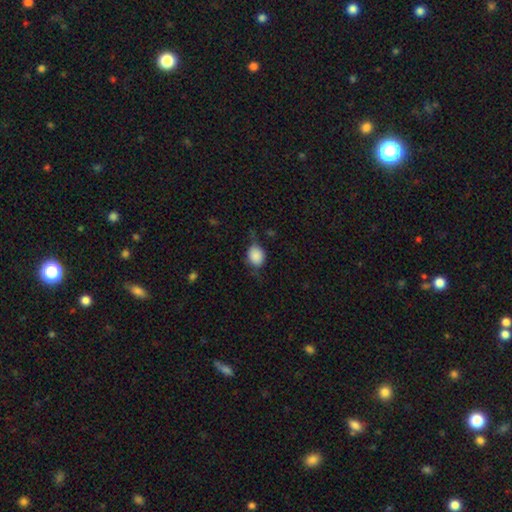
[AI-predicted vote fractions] Smooth or featured: smooth — 76% (featured or disk — 14%)
How rounded: round — 64% (in between — 35%)
Merging: none — 54% (minor disturbance — 30%)